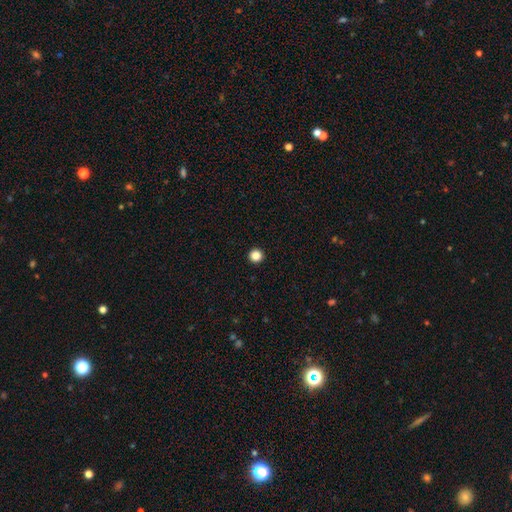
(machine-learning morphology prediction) This appears to be a smooth galaxy with no disk features (86%) that is round (97%). Merging: none (95%).